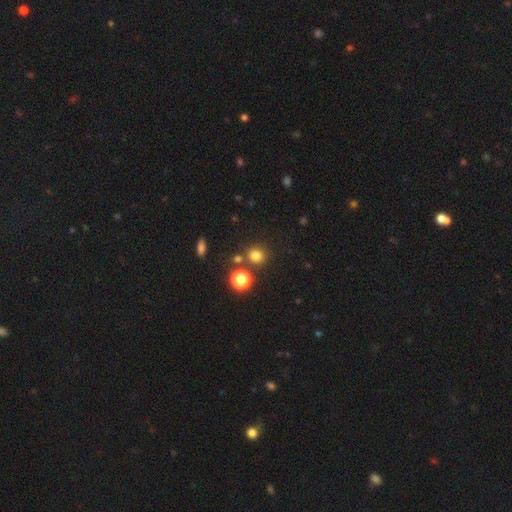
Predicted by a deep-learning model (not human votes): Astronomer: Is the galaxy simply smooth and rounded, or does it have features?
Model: smooth — 77%.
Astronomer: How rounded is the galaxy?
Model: round — 87%.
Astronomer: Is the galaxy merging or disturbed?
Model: none — 80%.